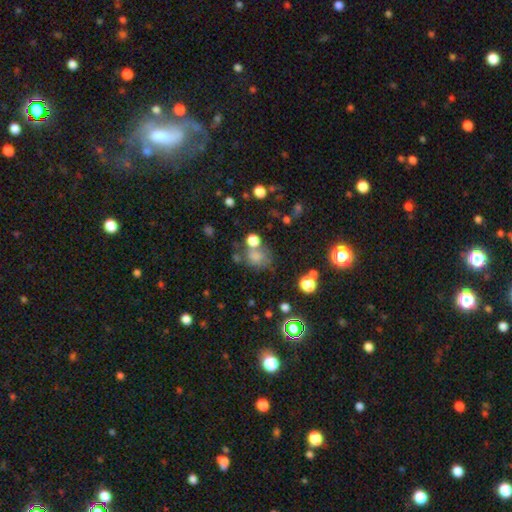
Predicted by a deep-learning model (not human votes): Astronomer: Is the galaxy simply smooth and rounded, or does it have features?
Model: smooth — 69%.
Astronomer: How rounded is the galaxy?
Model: round — 67%.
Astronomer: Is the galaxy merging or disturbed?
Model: none — 50%.